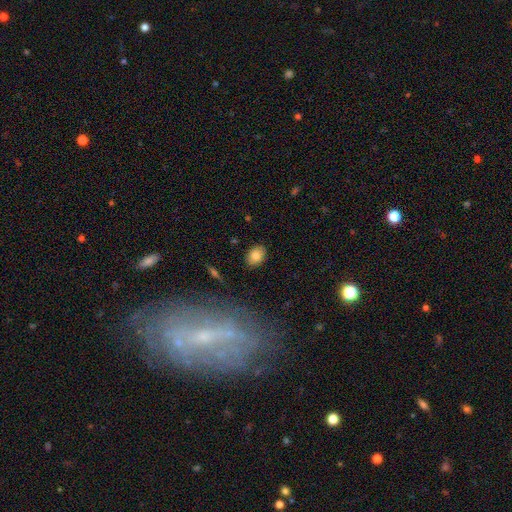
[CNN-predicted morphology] Smooth or featured? Predicted: smooth (p=0.83). How rounded? Predicted: in between (p=0.69). Merging? Predicted: none (p=0.88).